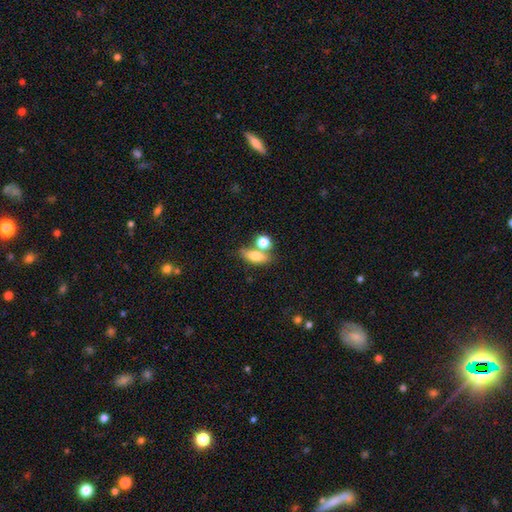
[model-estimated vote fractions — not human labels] Smooth or featured? Predicted: smooth (p=0.72). How rounded? Predicted: in between (p=0.68). Merging? Predicted: none (p=0.52).